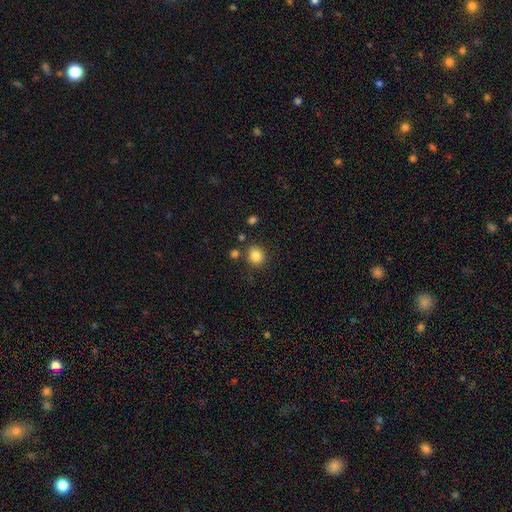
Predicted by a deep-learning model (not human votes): A smooth galaxy with no disk features (84%) that is round (75%).

Vote fractions:
- Smooth or featured? smooth: 84% / star or artifact: 10% / featured or disk: 5%
- How rounded? round: 75% / in between: 24% / cigar-shaped: 1%
- Merging? none: 82% / minor disturbance: 9% / merger: 6% / major disturbance: 3%